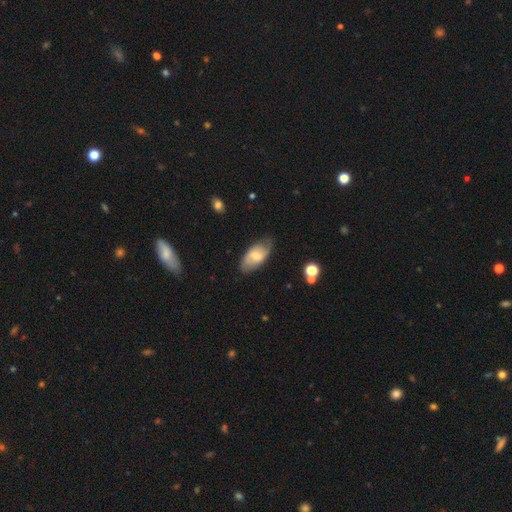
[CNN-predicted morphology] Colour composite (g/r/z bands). It shows a smooth galaxy with no disk features (52%) that is in between round and cigar-shaped (93%). Merging: none (72%).